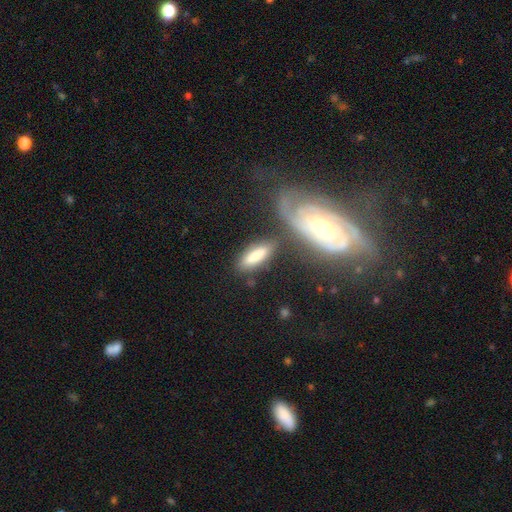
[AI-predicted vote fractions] A smooth galaxy with no disk features (78%) that is in between round and cigar-shaped (51%).

Vote fractions:
- Smooth or featured? smooth: 78% / featured or disk: 16% / star or artifact: 6%
- How rounded? in between: 51% / cigar-shaped: 46% / round: 2%
- Merging? none: 63% / minor disturbance: 17% / merger: 13% / major disturbance: 7%